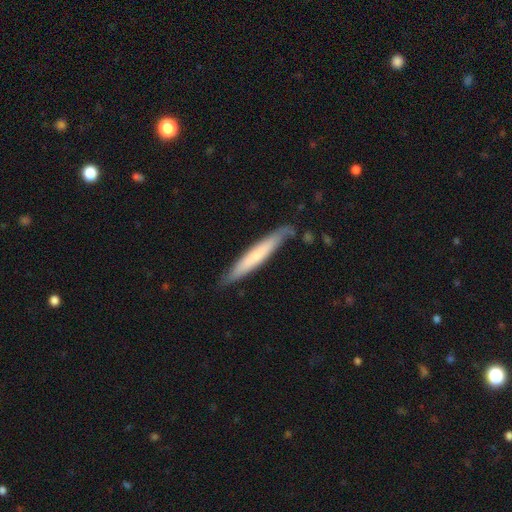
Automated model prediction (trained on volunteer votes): This appears to be a smooth galaxy with no disk features (62%) that is cigar-shaped (94%). Merging: none (79%).